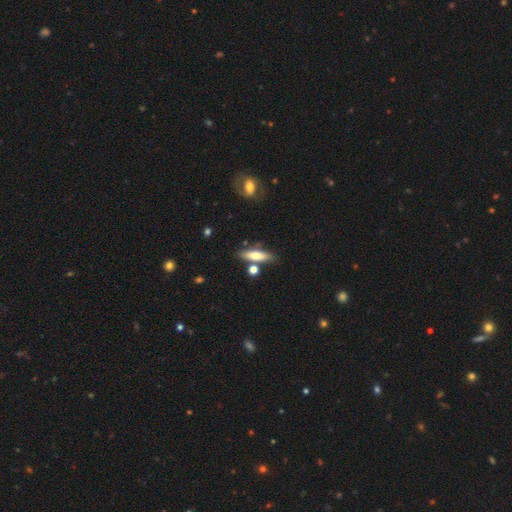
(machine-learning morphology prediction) smooth 61%, featured or disk 32%, star or artifact 7%. Down the decision tree: how rounded — cigar-shaped (62%); merging — none (73%).